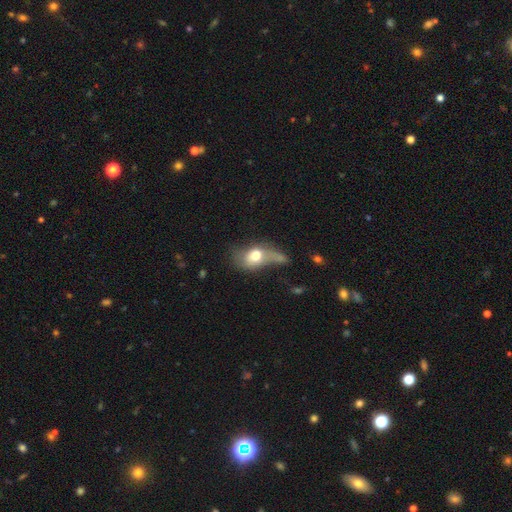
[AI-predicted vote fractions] Smooth or featured? Predicted: smooth (p=0.67). How rounded? Predicted: in between (p=0.76). Merging? Predicted: major disturbance (p=0.38).